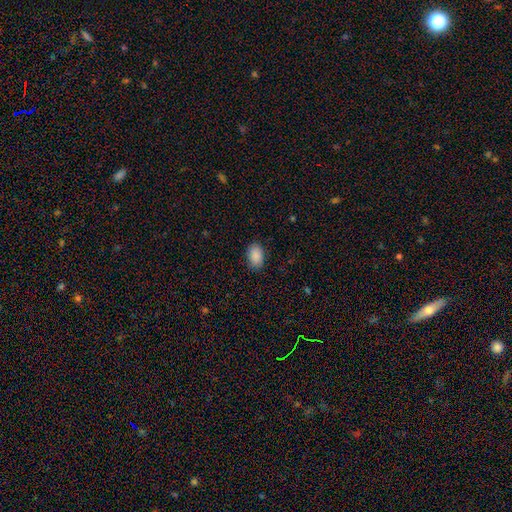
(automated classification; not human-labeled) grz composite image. It shows a smooth galaxy with no disk features (90%) that is in between round and cigar-shaped (87%). Merging: none (87%).